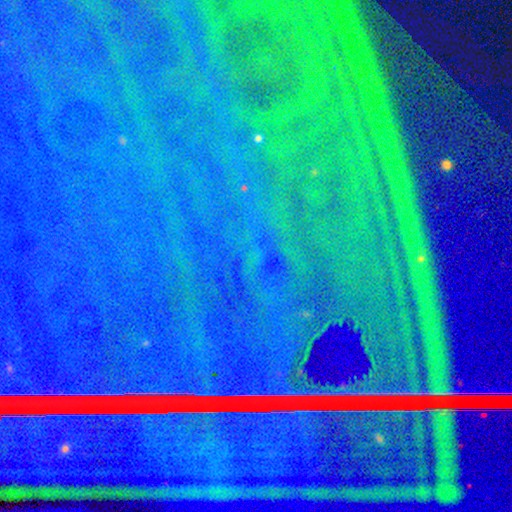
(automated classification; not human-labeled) Smooth or featured: star or artifact — 89% (featured or disk — 6%)